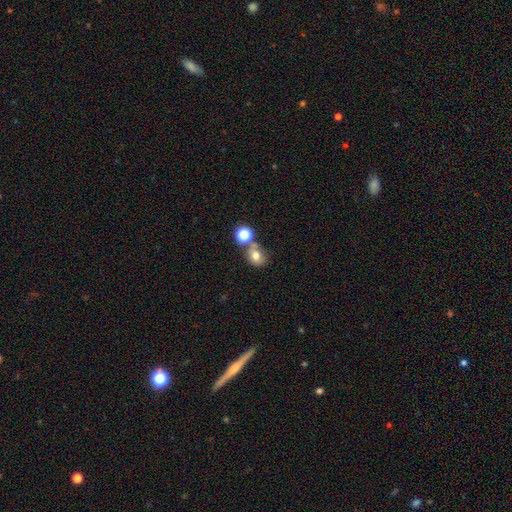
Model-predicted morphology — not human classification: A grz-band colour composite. It shows a smooth galaxy with no disk features (74%) that is round (66%). Merging: none (53%).